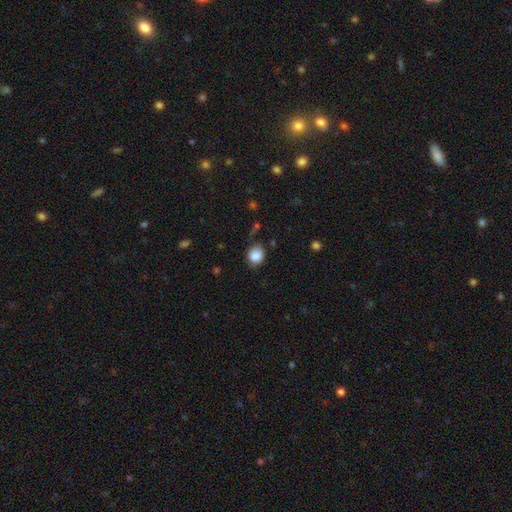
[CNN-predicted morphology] type=smooth (87%); roundness=round (70%); merging=none (72%).